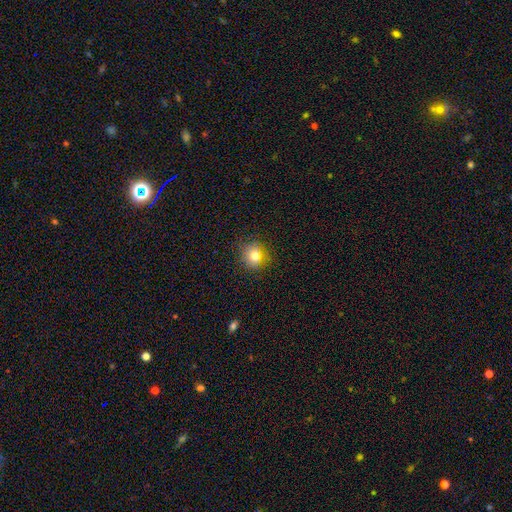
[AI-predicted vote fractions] The model was most divided on "smooth or featured": smooth: 73%, star or artifact: 15%, featured or disk: 11%. More confident: merging — none (85%); how rounded — round (80%).